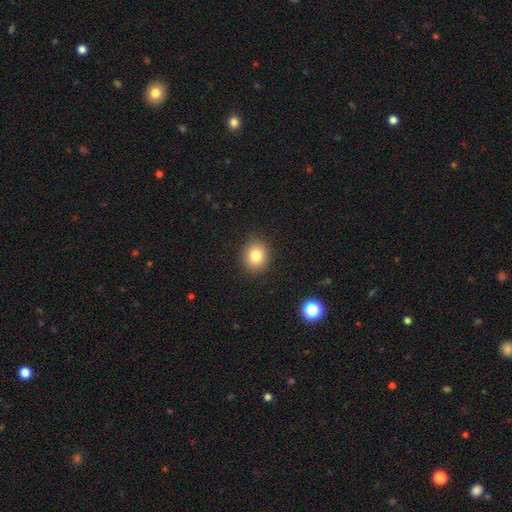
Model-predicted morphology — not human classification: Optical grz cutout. It shows a smooth galaxy with no disk features (82%) that is round (73%). Merging: none (90%).